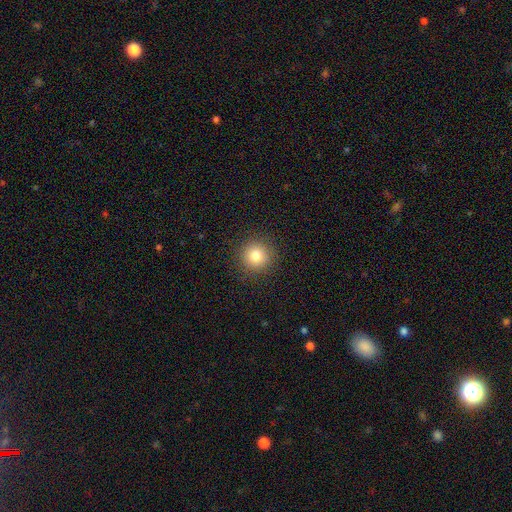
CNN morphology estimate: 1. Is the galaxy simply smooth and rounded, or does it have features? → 81% smooth, 12% star or artifact, 7% featured or disk.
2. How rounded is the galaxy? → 94% round, 5% in between, 1% cigar-shaped.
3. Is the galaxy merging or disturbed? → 90% none, 6% minor disturbance, 2% major disturbance, 1% merger.